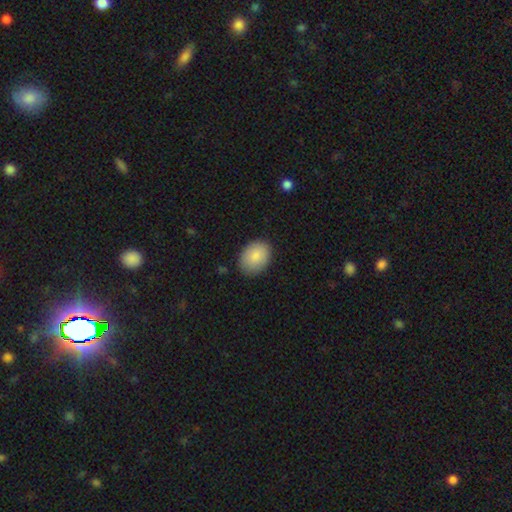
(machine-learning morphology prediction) Q: Smooth or featured?
A: smooth (87%); runner-up: featured or disk (6%)
Q: How rounded?
A: in between (76%); runner-up: round (23%)
Q: Merging?
A: none (84%); runner-up: minor disturbance (12%)